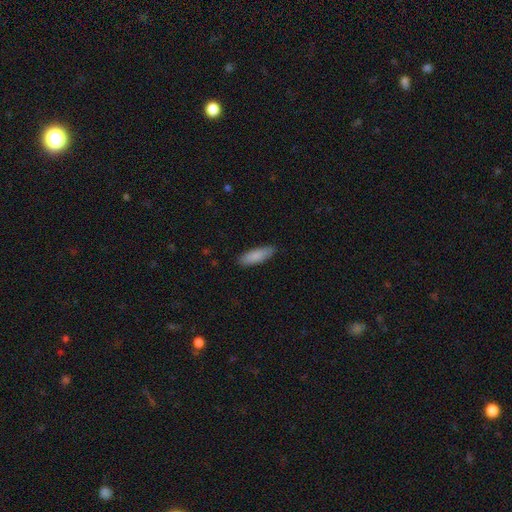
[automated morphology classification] Smooth or featured? Predicted: smooth (p=0.87). How rounded? Predicted: in between (p=0.51). Merging? Predicted: none (p=0.86).